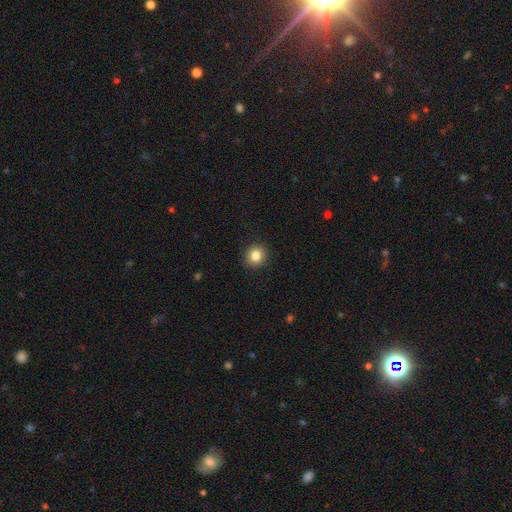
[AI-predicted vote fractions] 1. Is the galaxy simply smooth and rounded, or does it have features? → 84% smooth, 10% star or artifact, 5% featured or disk.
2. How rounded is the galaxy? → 88% round, 11% in between, 1% cigar-shaped.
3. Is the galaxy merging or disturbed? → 91% none, 6% minor disturbance, 2% major disturbance, 1% merger.